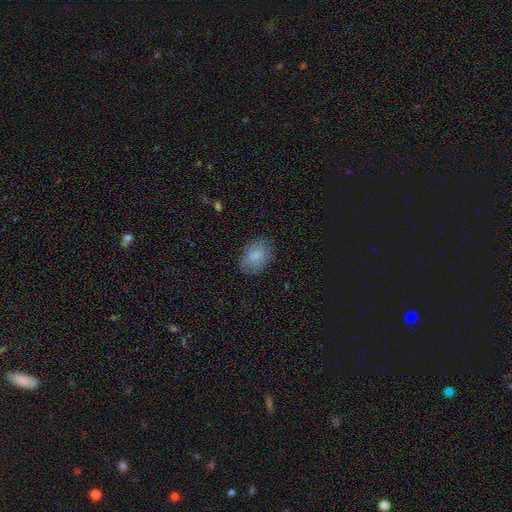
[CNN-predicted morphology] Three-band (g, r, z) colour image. It shows a smooth galaxy with no disk features (80%) that is in between round and cigar-shaped (79%). Merging: none (79%).